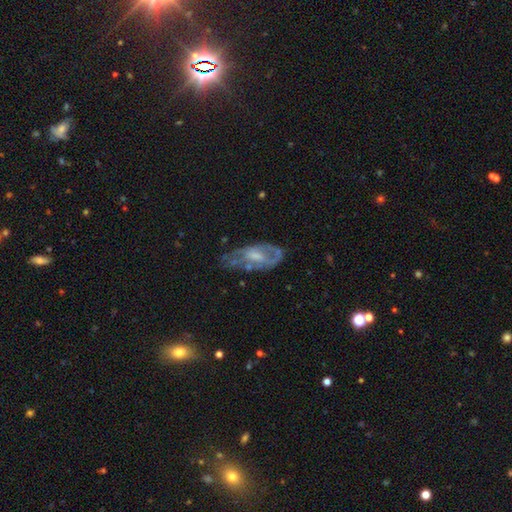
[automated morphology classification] A featured or disk galaxy (66%) with no bar (54%), spiral arms (53%) and a moderate central bulge (44%).

Vote fractions:
- Smooth or featured? featured or disk: 66% / smooth: 27% / star or artifact: 7%
- Edge-on disk? no: 90% / yes: 10%
- Bar? no: 54% / weak: 37% / strong: 9%
- Spiral arms? yes: 53% / no: 47%
- Bulge size? moderate: 44% / small: 32% / none: 16% / large: 7% / dominant: 1%
- Merging? none: 46% / minor disturbance: 29% / major disturbance: 21% / merger: 4%